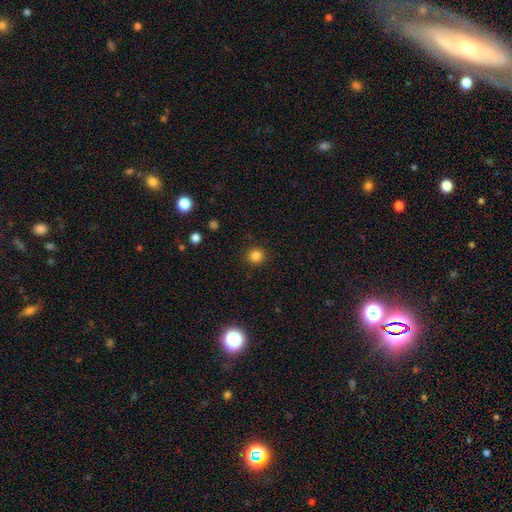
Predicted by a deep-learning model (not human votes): smooth_or_featured: smooth (p=0.83) [alt: star or artifact p=0.13]
how_rounded: round (p=0.92) [alt: in between p=0.07]
merging: none (p=0.90) [alt: minor disturbance p=0.06]